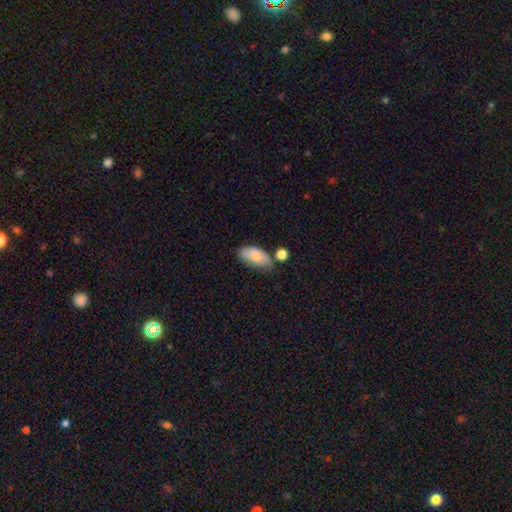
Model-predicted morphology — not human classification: A smooth galaxy with no disk features (78%) that is in between round and cigar-shaped (92%).

Vote fractions:
- Smooth or featured? smooth: 78% / featured or disk: 15% / star or artifact: 7%
- How rounded? in between: 92% / cigar-shaped: 4% / round: 3%
- Merging? none: 49% / minor disturbance: 31% / merger: 12% / major disturbance: 9%